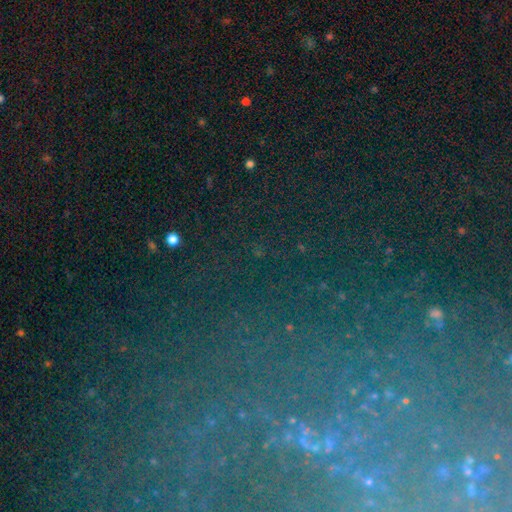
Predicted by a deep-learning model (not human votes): smooth-or-featured: star or artifact: 67% | featured or disk: 18% | smooth: 15%